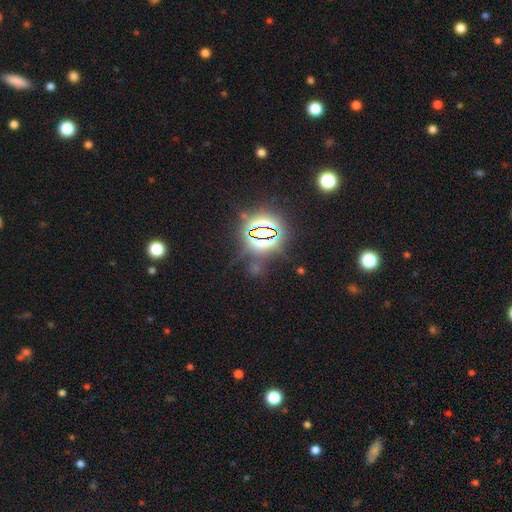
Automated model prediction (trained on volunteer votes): The model was most divided on "smooth or featured": star or artifact: 85%, smooth: 9%, featured or disk: 6%.